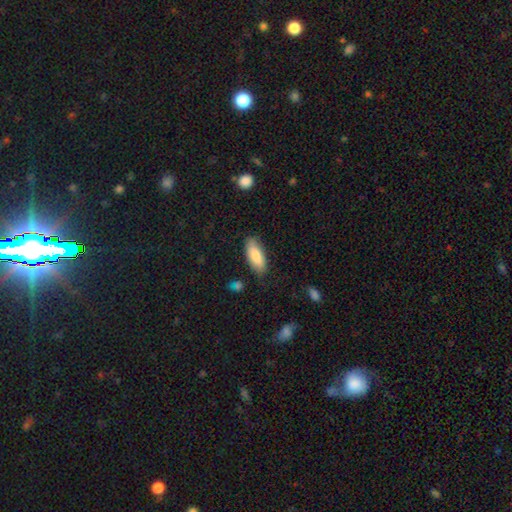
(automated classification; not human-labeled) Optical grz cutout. It shows a smooth galaxy with no disk features (83%) that is in between round and cigar-shaped (77%). Merging: none (80%).